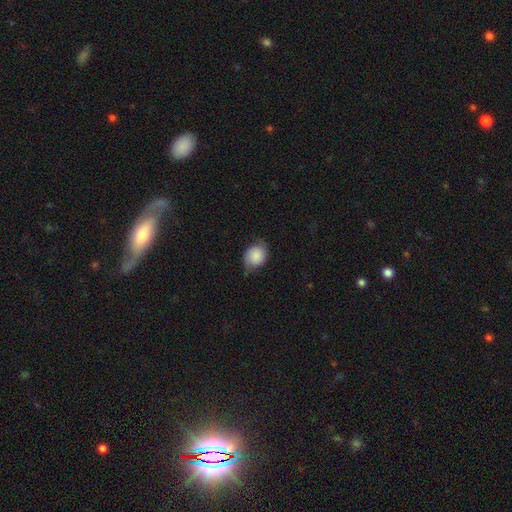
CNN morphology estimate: smooth-or-featured: smooth: 72% | featured or disk: 20% | star or artifact: 8%
  how-rounded: round: 56% | in between: 43% | cigar-shaped: 1%
  merging: none: 61% | minor disturbance: 29% | major disturbance: 8% | merger: 1%